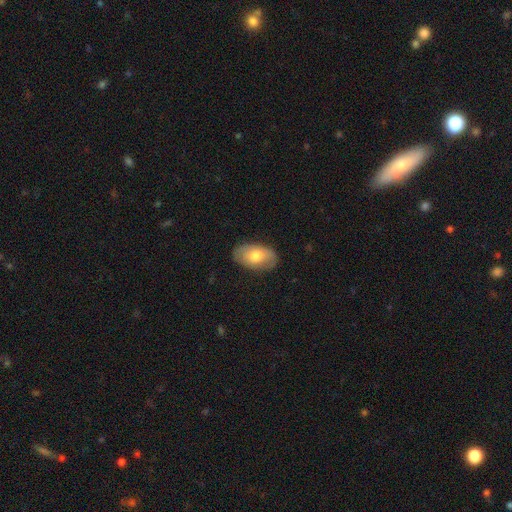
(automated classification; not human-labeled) Morphology: type=smooth (69%); roundness=in between (93%); merging=none (80%).